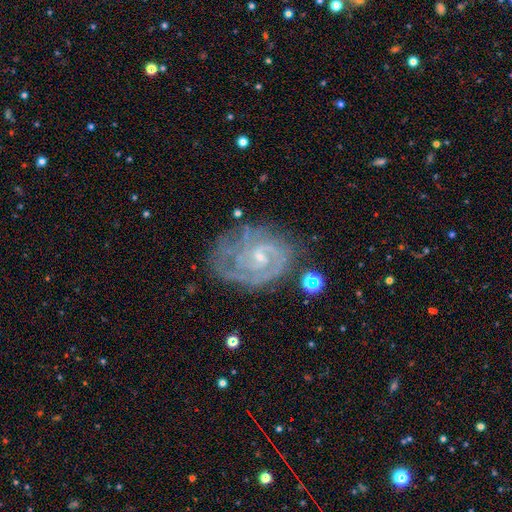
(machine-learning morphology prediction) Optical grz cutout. It shows a featured or disk galaxy (81%) with no bar (61%), 2 (32%) tight (69%) spiral arms (95%) and a small central bulge (71%). Merging: none (69%).